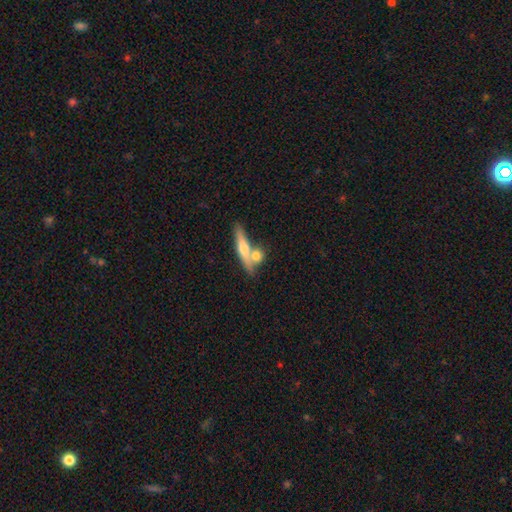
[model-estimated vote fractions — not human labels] Smooth or featured? Predicted: smooth (p=0.63). How rounded? Predicted: cigar-shaped (p=0.39). Merging? Predicted: none (p=0.45).